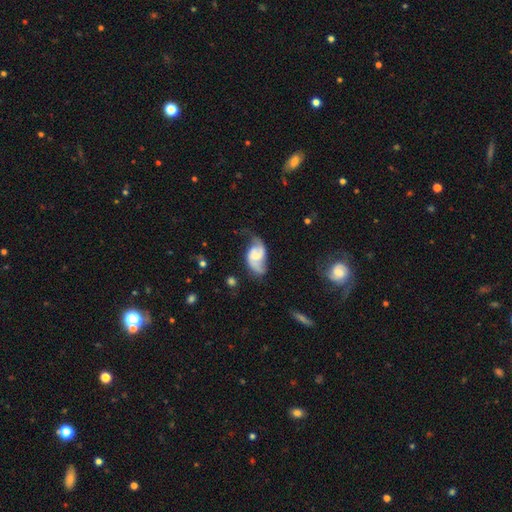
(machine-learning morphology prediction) featured or disk 80%, smooth 14%, star or artifact 6%. Down the decision tree: edge-on disk — no (97%); bar — weak (45%); spiral arms — yes (94%); spiral arm count — 2 (87%); spiral winding — loose (44%); bulge size — moderate (43%); merging — none (51%).